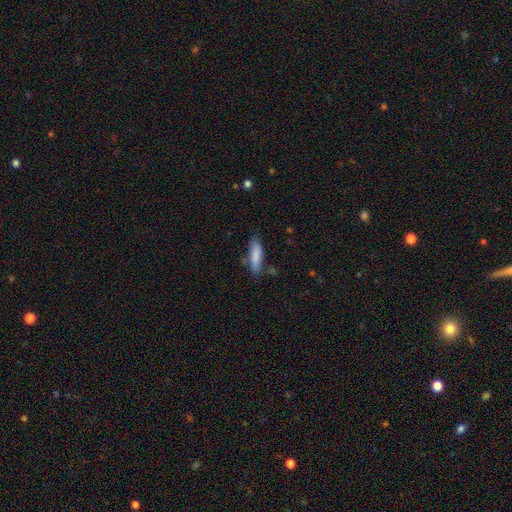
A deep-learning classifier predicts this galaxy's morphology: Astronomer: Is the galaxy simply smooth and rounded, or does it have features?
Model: smooth — 85%.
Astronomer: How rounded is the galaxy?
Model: cigar-shaped — 51% (runner-up: in between, 47%).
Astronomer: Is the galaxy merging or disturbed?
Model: none — 70%.